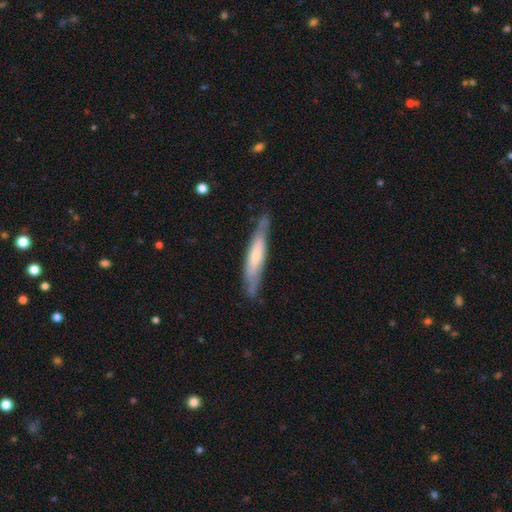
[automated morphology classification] smooth_or_featured: smooth (p=0.48) [alt: featured or disk p=0.47]
merging: none (p=0.76) [alt: minor disturbance p=0.18]